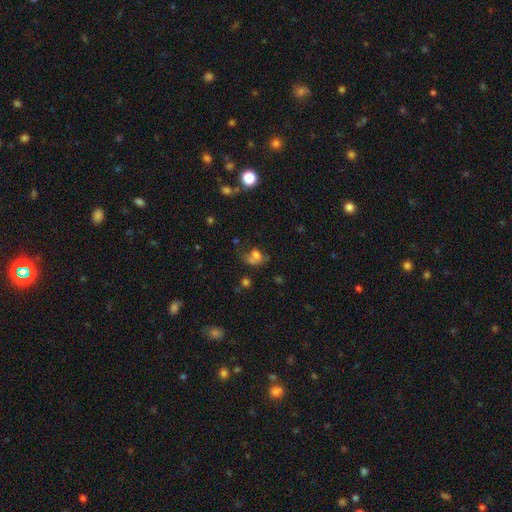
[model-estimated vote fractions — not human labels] A smooth galaxy with no disk features (58%) that is in between round and cigar-shaped (61%).

Vote fractions:
- Smooth or featured? smooth: 58% / featured or disk: 24% / star or artifact: 18%
- How rounded? in between: 61% / round: 37% / cigar-shaped: 2%
- Merging? major disturbance: 29% / none: 27% / merger: 26% / minor disturbance: 18%